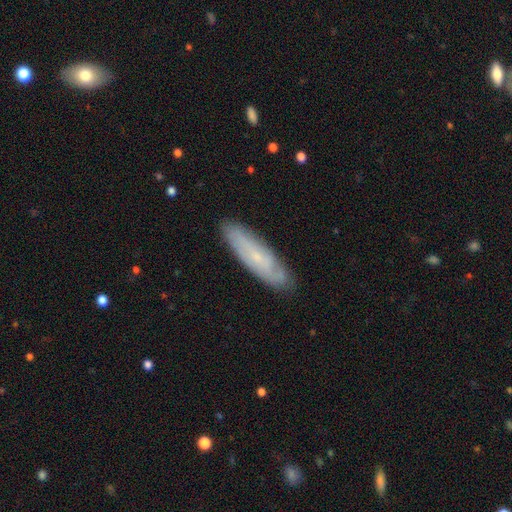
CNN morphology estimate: Overall: featured or disk (53%; smooth 39%). Edge-on disk: no (70%; yes 30%). Merging: none (82%).